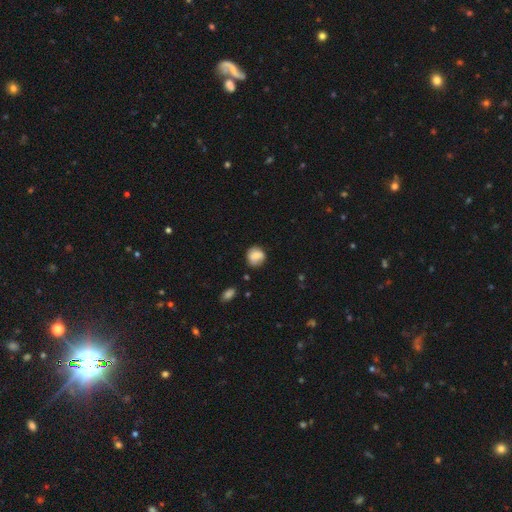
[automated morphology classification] This is clearly a smooth galaxy (81%). How rounded: likely round (78%). Merging: likely none (69%).